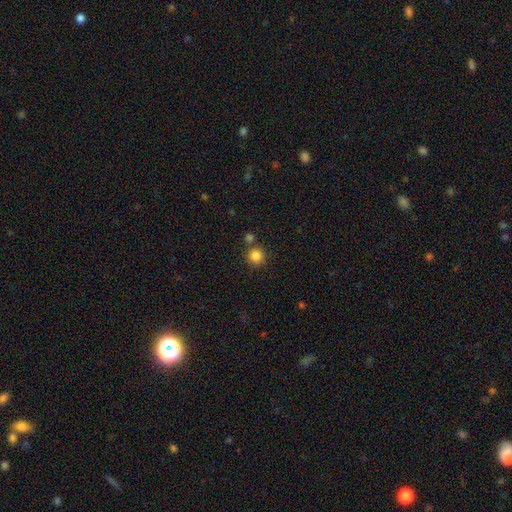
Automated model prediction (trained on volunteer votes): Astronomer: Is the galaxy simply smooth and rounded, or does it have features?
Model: smooth — 84%.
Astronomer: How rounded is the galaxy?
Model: round — 94%.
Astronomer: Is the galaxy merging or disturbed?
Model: none — 79%.